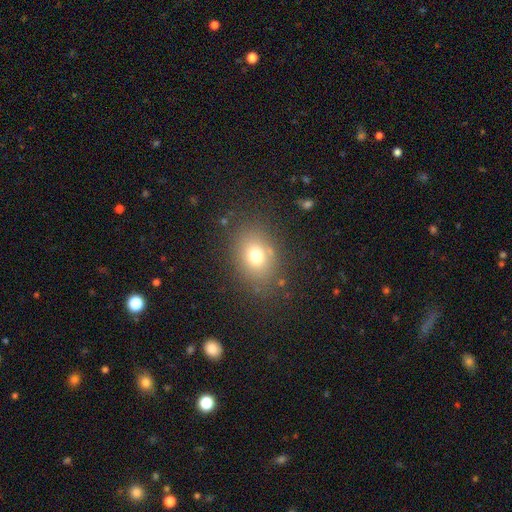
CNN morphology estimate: The model was most divided on "how rounded": in between: 58%, round: 41%, cigar-shaped: 1%. More confident: merging — none (79%); smooth or featured — smooth (72%).